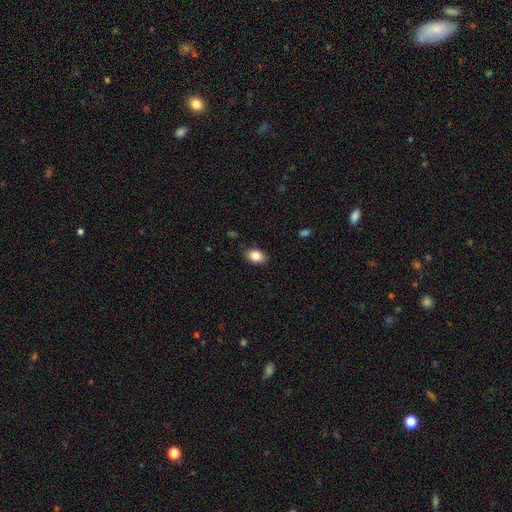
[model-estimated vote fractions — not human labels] Smooth or featured? smooth (85%)
How rounded? in between (80%)
Merging? none (85%)